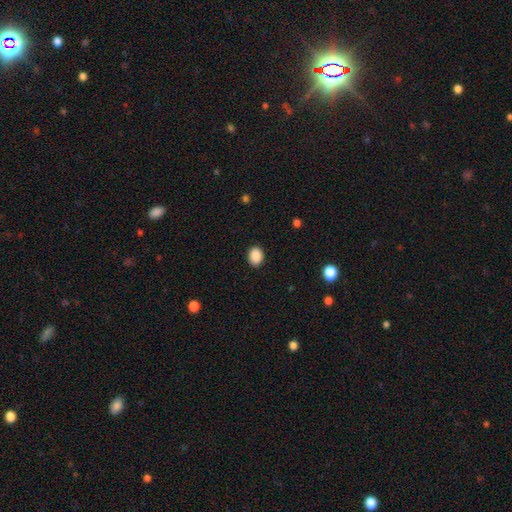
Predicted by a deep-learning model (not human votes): This is clearly a smooth galaxy (89%). How rounded: possibly in between (56%). Merging: clearly none (90%).